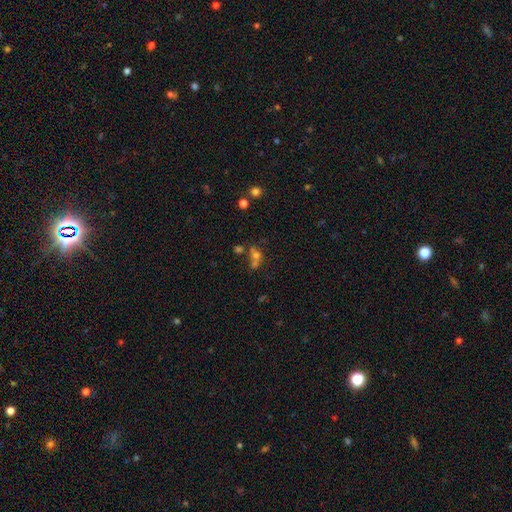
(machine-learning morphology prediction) This is possibly a smooth galaxy (56%). How rounded: possibly round (55%). Merging: possibly merger (50%).